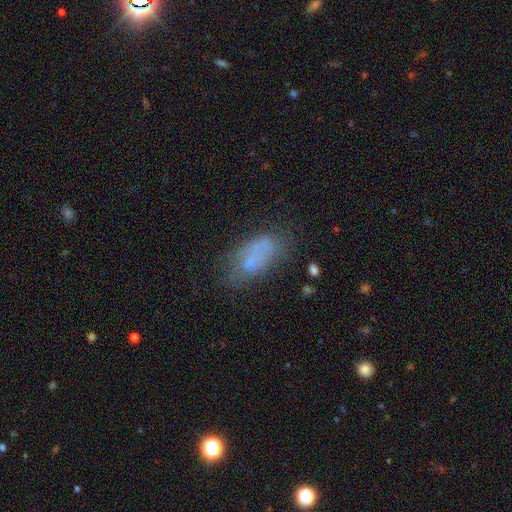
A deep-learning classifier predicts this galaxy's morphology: Smooth or featured?
  - smooth: 67% *
  - featured or disk: 22%
  - star or artifact: 12%
How rounded?
  - in between: 86% *
  - cigar-shaped: 10%
  - round: 4%
Merging?
  - none: 53% *
  - minor disturbance: 25%
  - major disturbance: 14%
  - merger: 8%